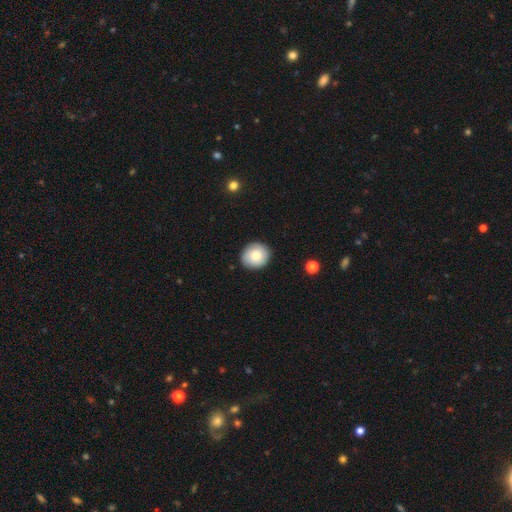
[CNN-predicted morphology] Smooth or featured: smooth — 82% (featured or disk — 11%)
How rounded: round — 84% (in between — 15%)
Merging: none — 88% (minor disturbance — 8%)